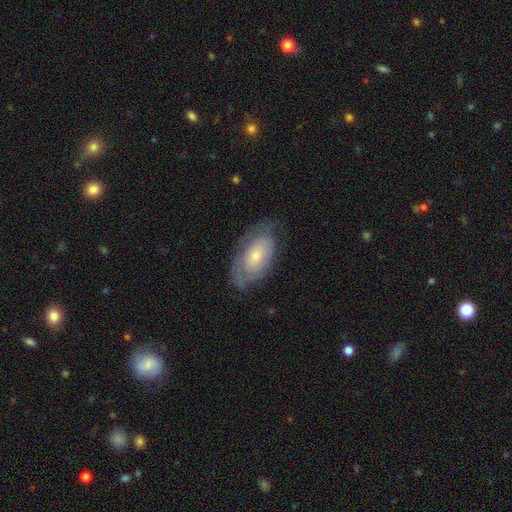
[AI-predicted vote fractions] A featured or disk galaxy (51%).

Vote fractions:
- Smooth or featured? featured or disk: 51% / smooth: 42% / star or artifact: 7%
- Edge-on disk? no: 91% / yes: 9%
- Merging? none: 64% / minor disturbance: 24% / major disturbance: 11% / merger: 1%